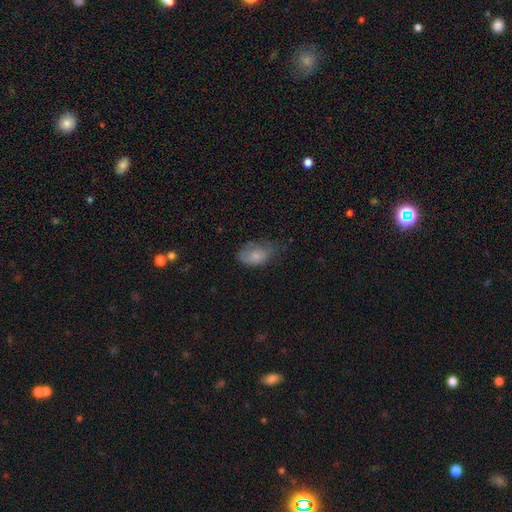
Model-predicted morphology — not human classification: The model was most divided on "merging": minor disturbance: 38%, none: 36%, major disturbance: 25%, merger: 2%. More confident: how rounded — in between (88%); smooth or featured — smooth (71%).